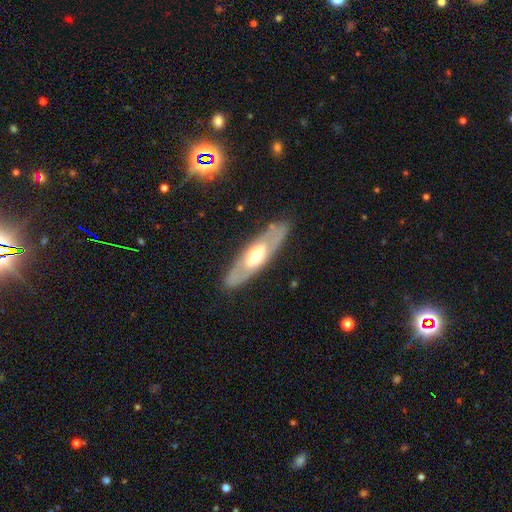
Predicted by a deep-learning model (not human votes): featured or disk 59%, smooth 36%, star or artifact 5%. Down the decision tree: edge-on disk — no (66%); merging — none (84%).